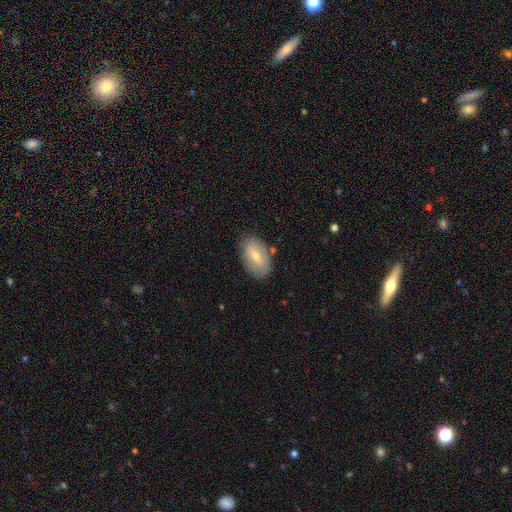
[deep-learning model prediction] smooth_or_featured: smooth (p=0.51) [alt: featured or disk p=0.40]
how_rounded: in between (p=0.92) [alt: round p=0.06]
merging: none (p=0.81) [alt: minor disturbance p=0.14]